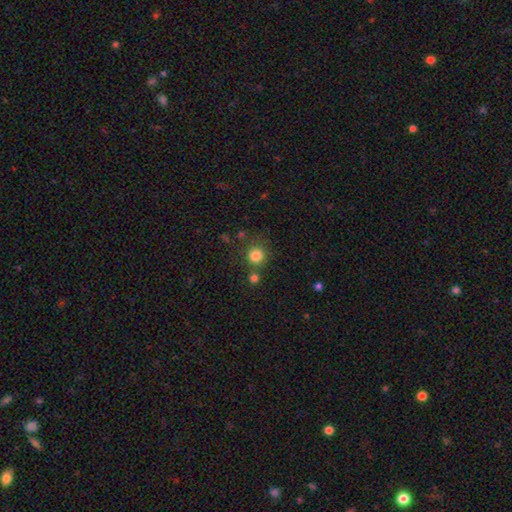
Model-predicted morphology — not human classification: The model was most divided on "merging": none: 75%, merger: 12%, minor disturbance: 9%, major disturbance: 4%. More confident: how rounded — round (92%); smooth or featured — smooth (82%).